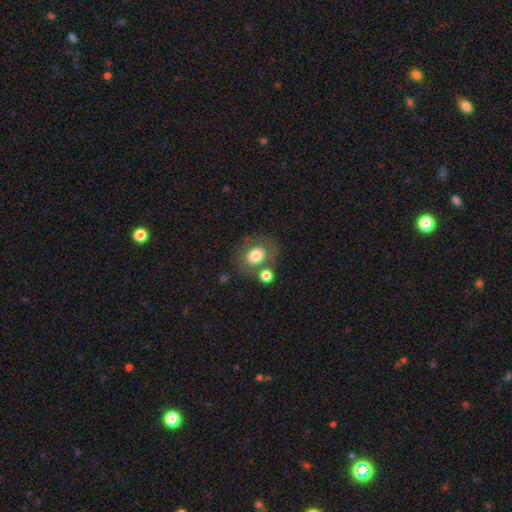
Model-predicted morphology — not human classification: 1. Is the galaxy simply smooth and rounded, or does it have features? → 72% smooth, 18% featured or disk, 9% star or artifact.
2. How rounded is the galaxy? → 58% round, 41% in between, 1% cigar-shaped.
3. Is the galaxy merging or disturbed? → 64% none, 15% merger, 14% minor disturbance, 7% major disturbance.